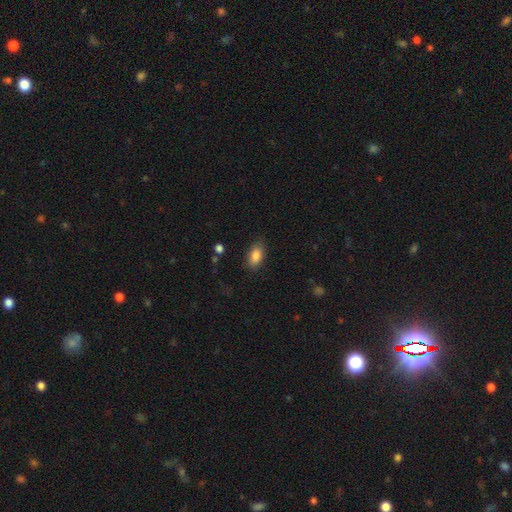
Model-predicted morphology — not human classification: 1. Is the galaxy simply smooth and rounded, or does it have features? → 87% smooth, 7% star or artifact, 6% featured or disk.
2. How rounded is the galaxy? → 91% in between, 5% round, 4% cigar-shaped.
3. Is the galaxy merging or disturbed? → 81% none, 14% minor disturbance, 4% major disturbance, 1% merger.